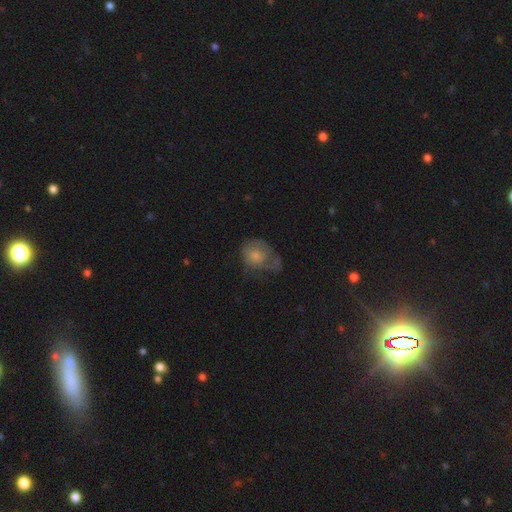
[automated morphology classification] Smooth or featured? smooth (62%)
How rounded? in between (51%)
Merging? major disturbance (36%)